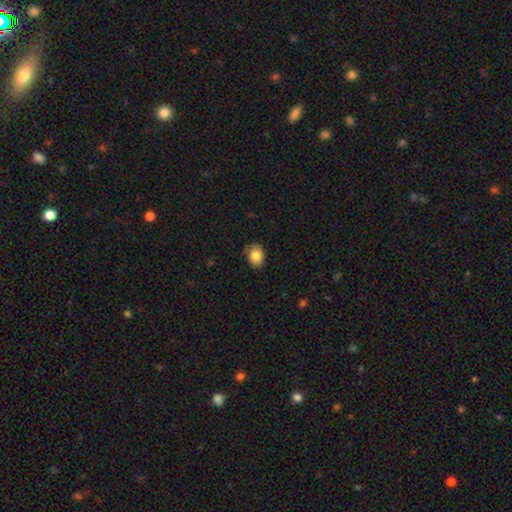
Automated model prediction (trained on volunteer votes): A smooth galaxy with no disk features (83%) that is in between round and cigar-shaped (69%).

Vote fractions:
- Smooth or featured? smooth: 83% / featured or disk: 9% / star or artifact: 8%
- How rounded? in between: 69% / round: 31% / cigar-shaped: 1%
- Merging? none: 75% / minor disturbance: 20% / major disturbance: 4% / merger: 1%